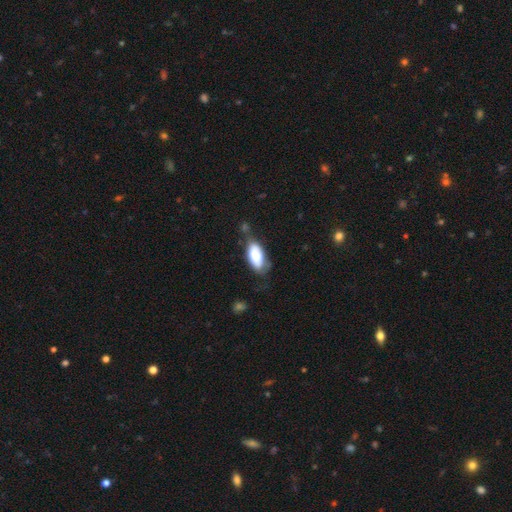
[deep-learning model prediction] smooth-or-featured: smooth: 78% | featured or disk: 15% | star or artifact: 7%
  how-rounded: in between: 88% | cigar-shaped: 10% | round: 2%
  merging: none: 45% | minor disturbance: 34% | major disturbance: 14% | merger: 8%